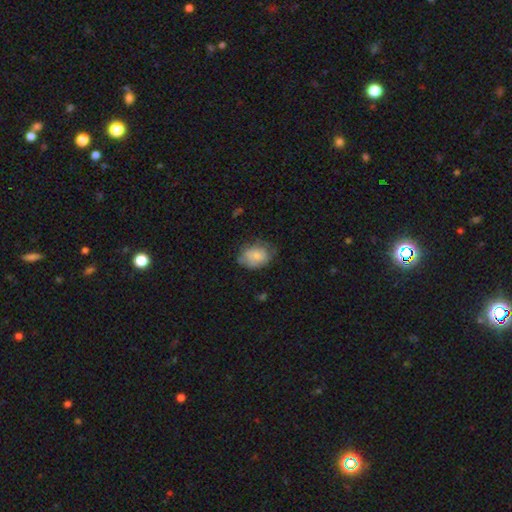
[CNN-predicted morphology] Smooth or featured? smooth (75%)
How rounded? in between (69%)
Merging? none (56%)